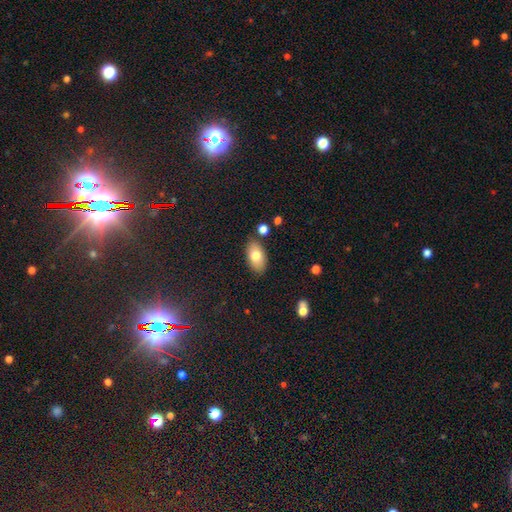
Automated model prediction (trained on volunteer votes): Q: Smooth or featured?
A: smooth (77%); runner-up: featured or disk (15%)
Q: How rounded?
A: in between (93%); runner-up: round (5%)
Q: Merging?
A: none (83%); runner-up: minor disturbance (11%)